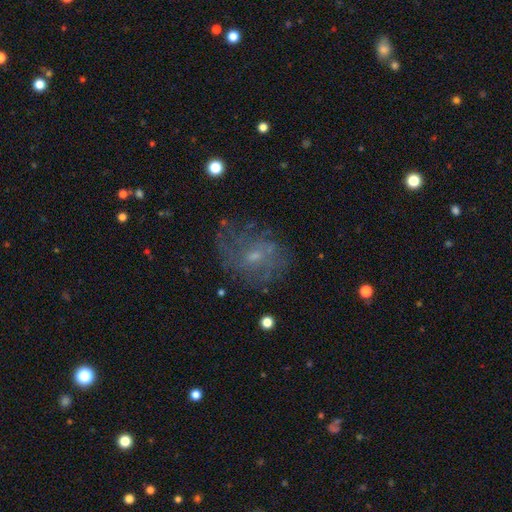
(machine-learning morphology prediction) Smooth or featured? featured or disk (61%)
Edge-on disk? no (97%)
Bar? no (64%)
Spiral arms? yes (66%)
Bulge size? small (66%)
Merging? none (61%)